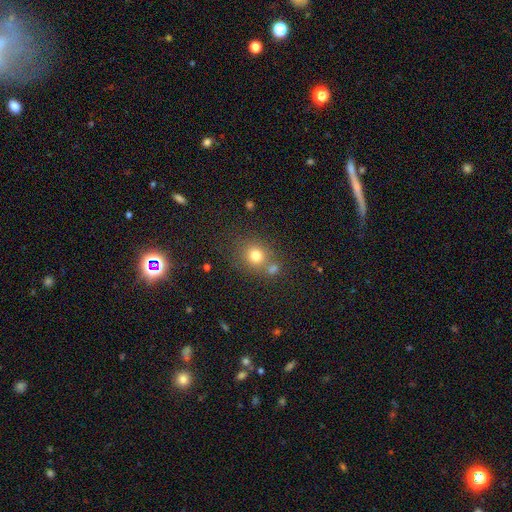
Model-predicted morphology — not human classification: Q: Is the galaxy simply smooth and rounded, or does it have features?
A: smooth — 76%.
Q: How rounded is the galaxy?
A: round — 82%.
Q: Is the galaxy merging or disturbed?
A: none — 63%.